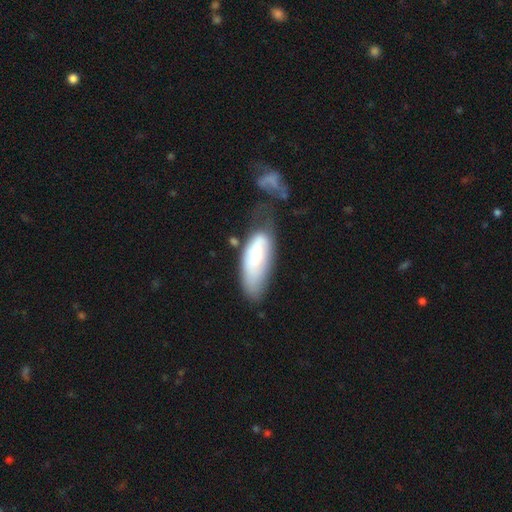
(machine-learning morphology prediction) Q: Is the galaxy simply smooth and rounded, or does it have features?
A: smooth — 63%.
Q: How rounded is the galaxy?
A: in between — 78%.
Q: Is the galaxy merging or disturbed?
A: none — 34%.